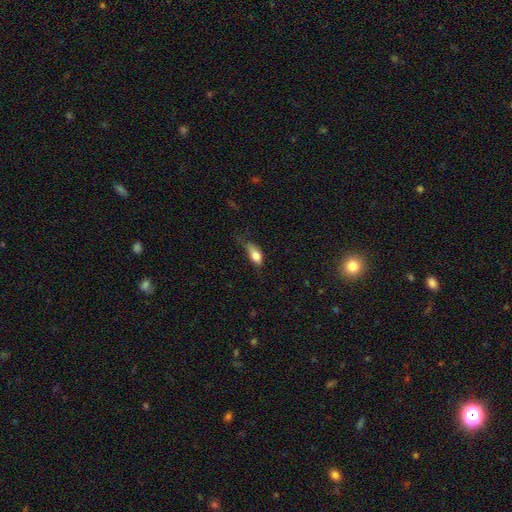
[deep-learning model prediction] This is clearly a smooth galaxy (80%). How rounded: clearly in between (85%). Merging: marginally none (42%).